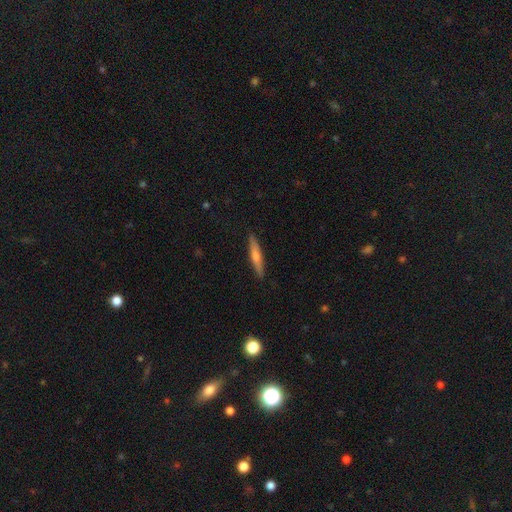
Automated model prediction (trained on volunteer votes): A featured or disk galaxy (57%) viewed edge-on (96%) with a rounded central bulge (84%).

Vote fractions:
- Smooth or featured? featured or disk: 57% / smooth: 37% / star or artifact: 7%
- Edge-on disk? yes: 96% / no: 4%
- Edge-on bulge? rounded: 84% / none: 12% / boxy: 4%
- Merging? none: 91% / minor disturbance: 6% / major disturbance: 1% / merger: 1%